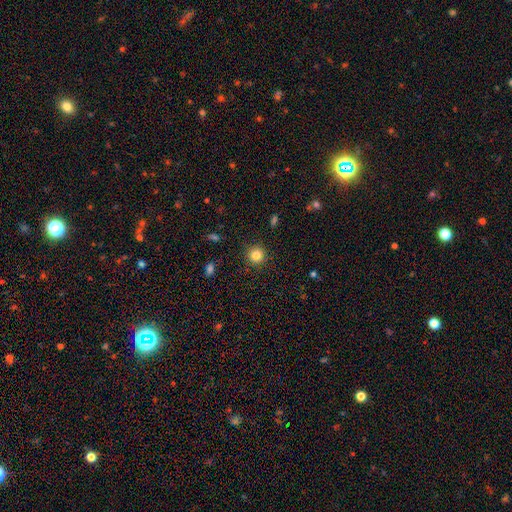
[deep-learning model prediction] Morphology: type=smooth (83%); roundness=round (93%); merging=none (90%).